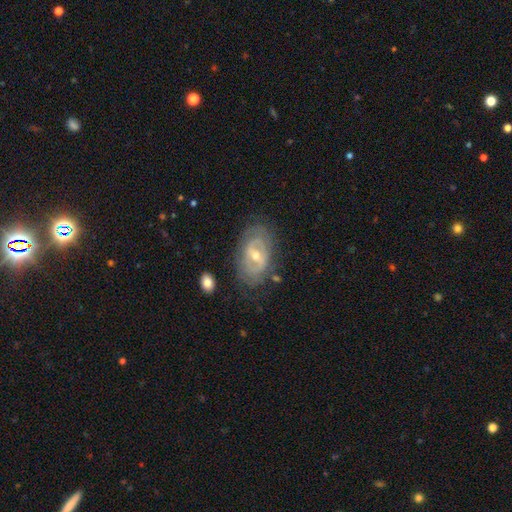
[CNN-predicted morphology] smooth_or_featured: featured or disk (p=0.79) [alt: smooth p=0.15]
disk_edge_on: no (p=0.93) [alt: yes p=0.07]
bar: weak (p=0.47) [alt: strong p=0.31]
has_spiral_arms: yes (p=0.72) [alt: no p=0.28]
spiral_winding: tight (p=0.54) [alt: medium p=0.32]
spiral_arm_count: 2 (p=0.53) [alt: can't tell p=0.34]
bulge_size: moderate (p=0.53) [alt: small p=0.44]
merging: none (p=0.73) [alt: minor disturbance p=0.18]